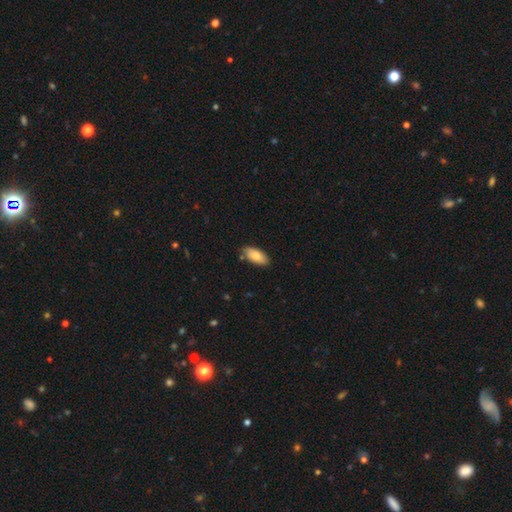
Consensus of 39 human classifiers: Smooth or featured? smooth (82%)
How rounded? in between (97%)
Merging? none (65%)